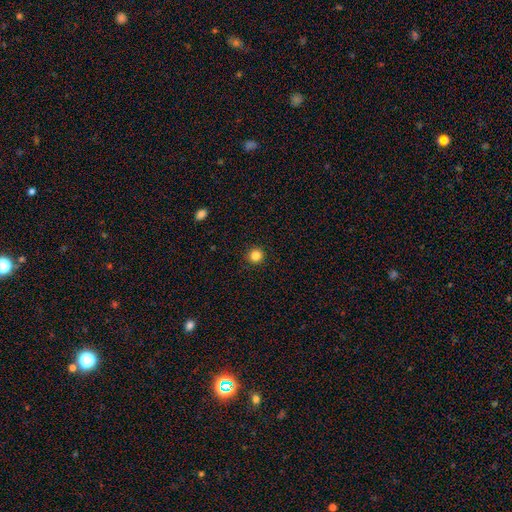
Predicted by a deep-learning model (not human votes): A smooth galaxy with no disk features (84%) that is round (94%). Merging: none (92%).